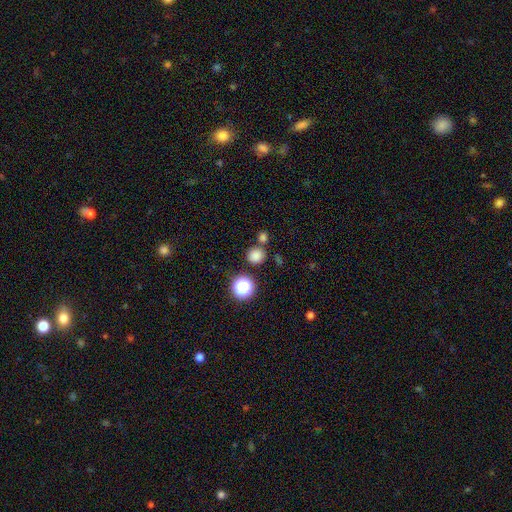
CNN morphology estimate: A smooth galaxy with no disk features (79%) that is round (90%).

Vote fractions:
- Smooth or featured? smooth: 79% / star or artifact: 16% / featured or disk: 5%
- How rounded? round: 90% / in between: 9% / cigar-shaped: 1%
- Merging? none: 73% / merger: 17% / minor disturbance: 8% / major disturbance: 3%